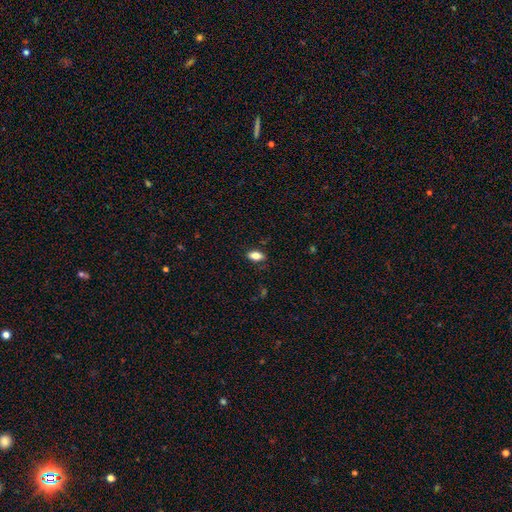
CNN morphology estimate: Q: Smooth or featured?
A: smooth (81%); runner-up: featured or disk (10%)
Q: How rounded?
A: in between (86%); runner-up: cigar-shaped (9%)
Q: Merging?
A: none (85%); runner-up: minor disturbance (12%)